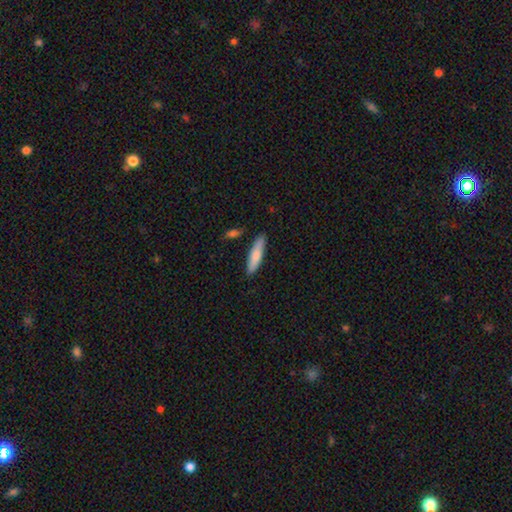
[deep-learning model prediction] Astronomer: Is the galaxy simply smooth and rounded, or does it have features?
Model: smooth — 78%.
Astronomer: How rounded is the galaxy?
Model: cigar-shaped — 76%.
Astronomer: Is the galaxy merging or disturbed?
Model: none — 84%.